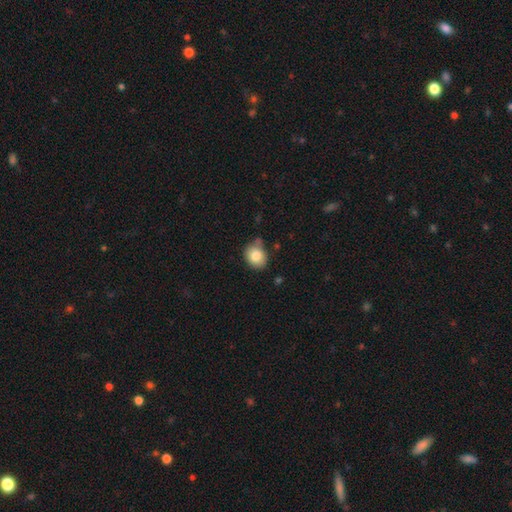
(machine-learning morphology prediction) smooth_or_featured: smooth (p=0.82) [alt: featured or disk p=0.09]
how_rounded: round (p=0.53) [alt: in between p=0.47]
merging: none (p=0.65) [alt: minor disturbance p=0.23]